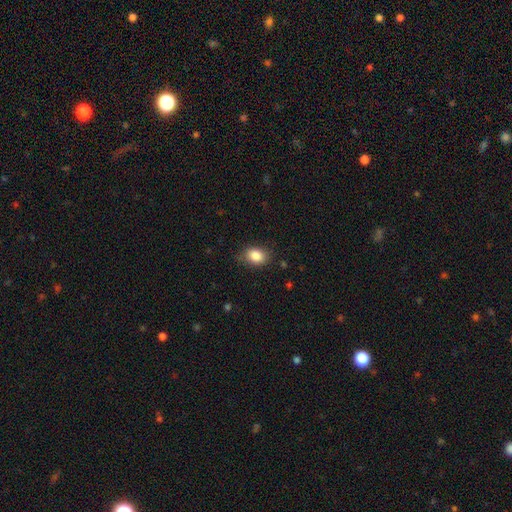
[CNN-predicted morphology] Smooth or featured?
  - smooth: 86% *
  - star or artifact: 9%
  - featured or disk: 6%
How rounded?
  - in between: 70% *
  - round: 29%
  - cigar-shaped: 1%
Merging?
  - none: 79% *
  - minor disturbance: 17%
  - major disturbance: 3%
  - merger: 1%